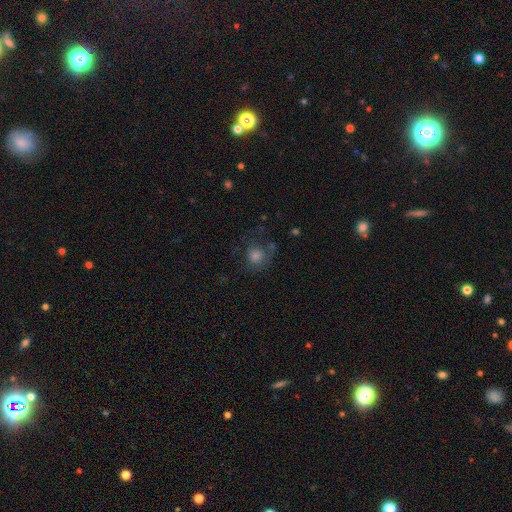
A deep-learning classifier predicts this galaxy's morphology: This is possibly a smooth galaxy (59%). How rounded: clearly round (80%). Merging: possibly none (54%).